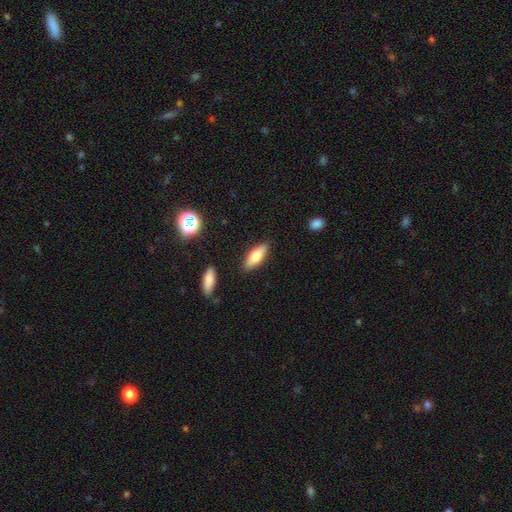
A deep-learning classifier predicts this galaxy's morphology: A smooth galaxy with no disk features (68%) that is in between round and cigar-shaped (68%). Merging: none (85%).